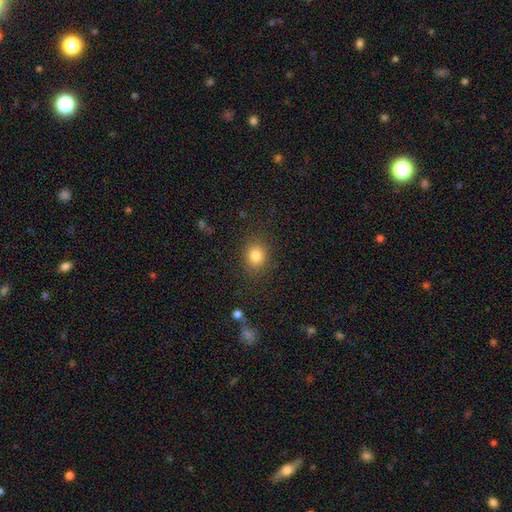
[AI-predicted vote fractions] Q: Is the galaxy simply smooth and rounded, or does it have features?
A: smooth — 83%.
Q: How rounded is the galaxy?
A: round — 69%.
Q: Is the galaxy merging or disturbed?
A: none — 85%.